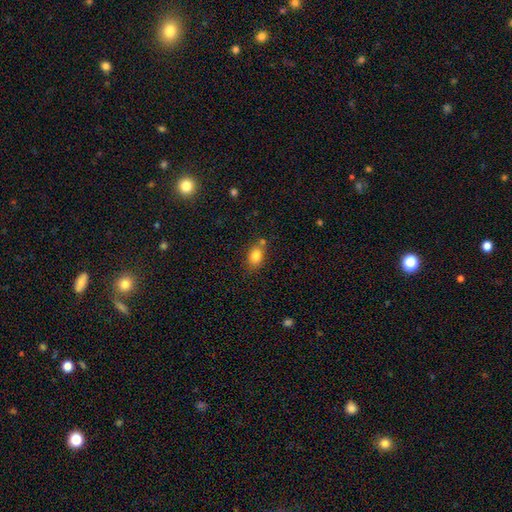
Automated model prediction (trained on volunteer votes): smooth-or-featured: smooth: 83% | star or artifact: 10% | featured or disk: 8%
  how-rounded: in between: 72% | round: 26% | cigar-shaped: 2%
  merging: none: 66% | minor disturbance: 16% | merger: 15% | major disturbance: 4%